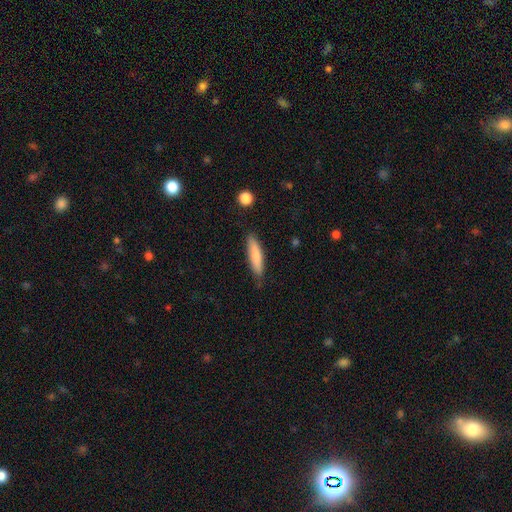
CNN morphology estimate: Q: Smooth or featured?
A: smooth (77%); runner-up: featured or disk (17%)
Q: How rounded?
A: cigar-shaped (81%); runner-up: in between (18%)
Q: Merging?
A: none (84%); runner-up: minor disturbance (12%)